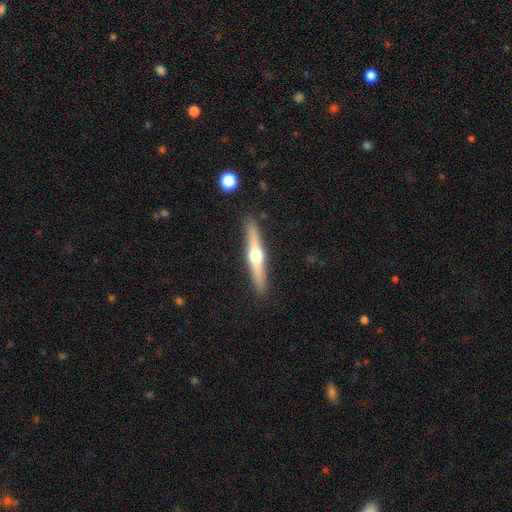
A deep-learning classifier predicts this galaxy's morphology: This is likely a featured or disk galaxy (65%). It is clearly viewed edge-on (96%). Edge-on bulge: clearly rounded (94%). Merging: clearly none (90%).